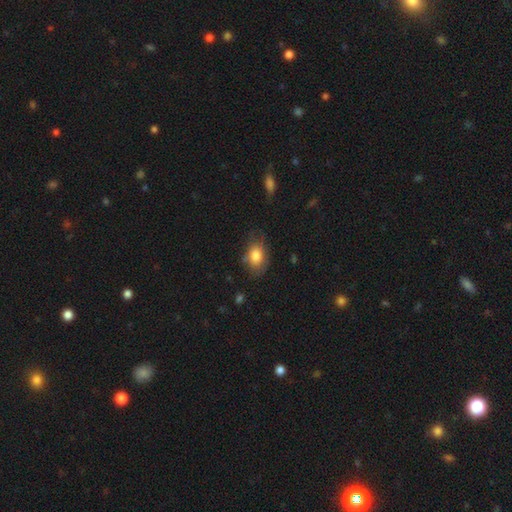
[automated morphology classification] A smooth galaxy with no disk features (81%) that is in between round and cigar-shaped (75%). Merging: none (65%).